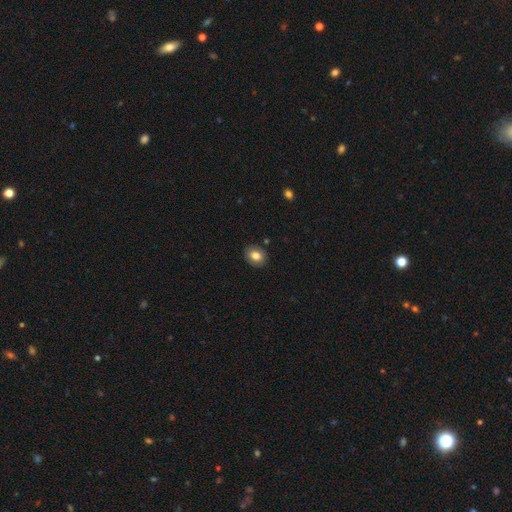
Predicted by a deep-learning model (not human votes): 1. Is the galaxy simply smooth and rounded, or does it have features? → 80% smooth, 12% featured or disk, 9% star or artifact.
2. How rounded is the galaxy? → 53% in between, 46% round, 1% cigar-shaped.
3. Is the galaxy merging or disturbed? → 87% none, 9% minor disturbance, 2% major disturbance, 1% merger.